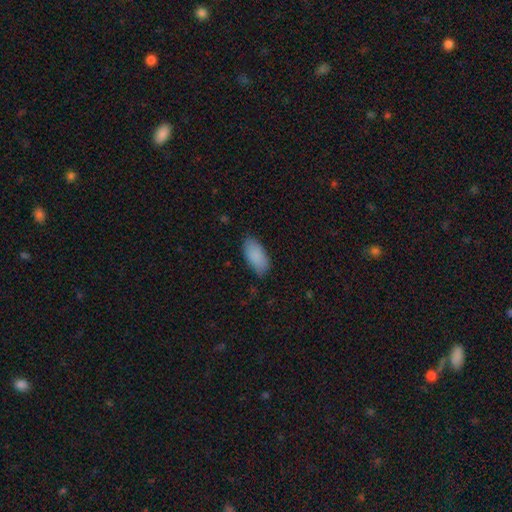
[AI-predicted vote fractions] Smooth or featured? smooth (88%)
How rounded? in between (92%)
Merging? none (77%)